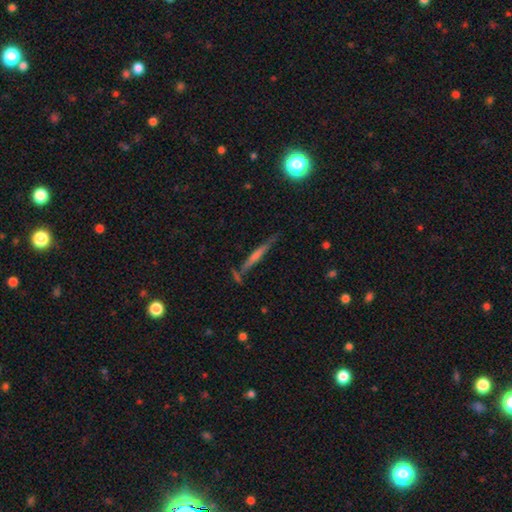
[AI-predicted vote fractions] A featured or disk galaxy (62%) viewed edge-on (94%) with a rounded central bulge (59%).

Vote fractions:
- Smooth or featured? featured or disk: 62% / smooth: 24% / star or artifact: 14%
- Edge-on disk? yes: 94% / no: 6%
- Edge-on bulge? rounded: 59% / none: 30% / boxy: 12%
- Merging? none: 84% / minor disturbance: 9% / merger: 3% / major disturbance: 3%